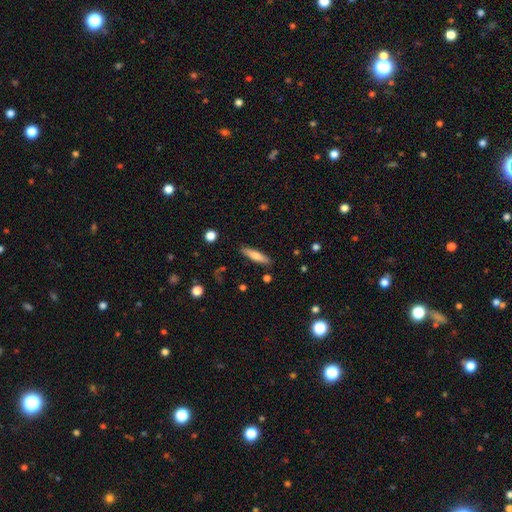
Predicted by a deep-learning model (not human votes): smooth 65%, featured or disk 29%, star or artifact 6%. Down the decision tree: how rounded — cigar-shaped (82%); merging — none (86%).